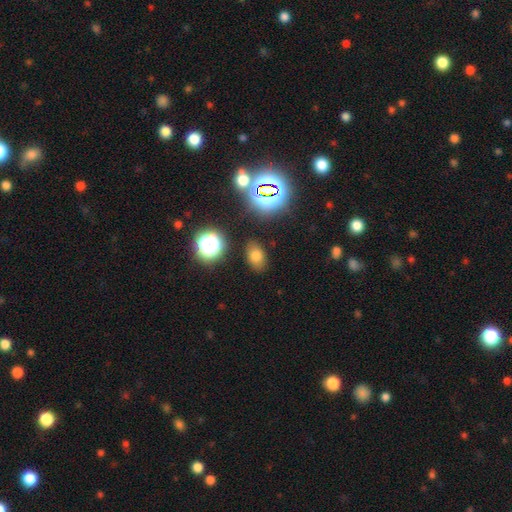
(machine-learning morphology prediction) Smooth or featured: smooth — 70% (star or artifact — 20%)
How rounded: in between — 81% (round — 18%)
Merging: none — 84% (minor disturbance — 10%)